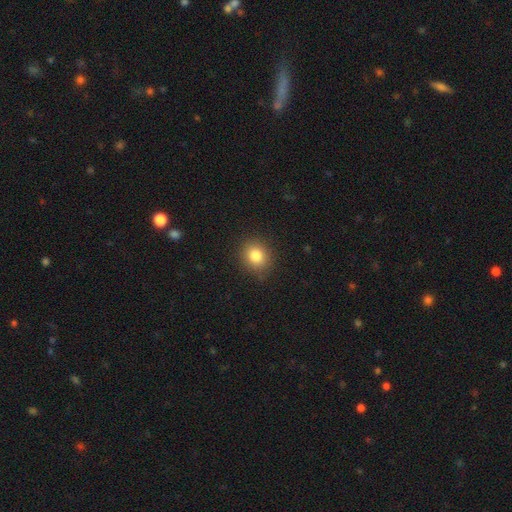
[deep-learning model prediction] This appears to be a smooth galaxy with no disk features (83%) that is round (76%). Merging: none (87%).